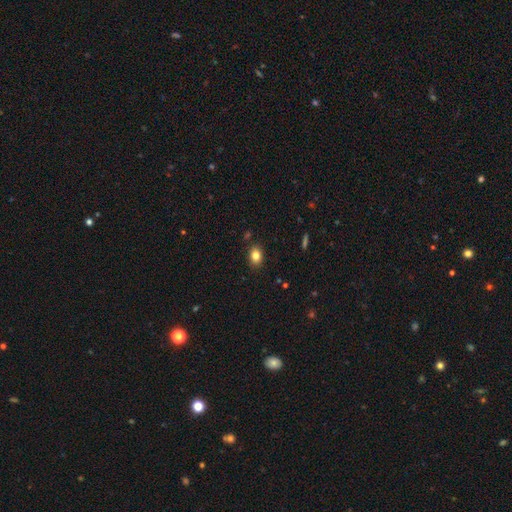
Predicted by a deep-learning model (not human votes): Overall: smooth (82%). How rounded: in between (70%). Merging: none (85%).